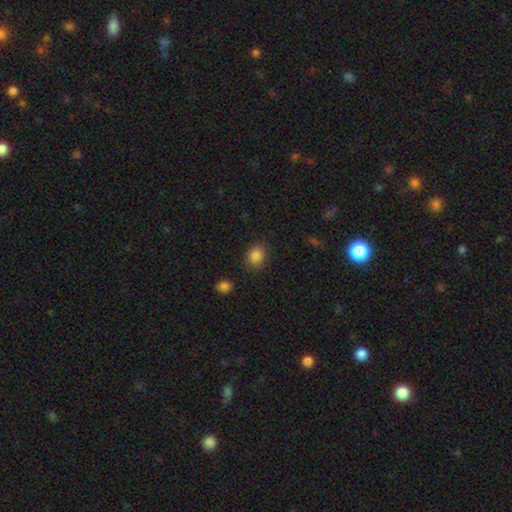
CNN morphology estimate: A smooth galaxy with no disk features (85%) that is round (58%). Merging: none (83%).